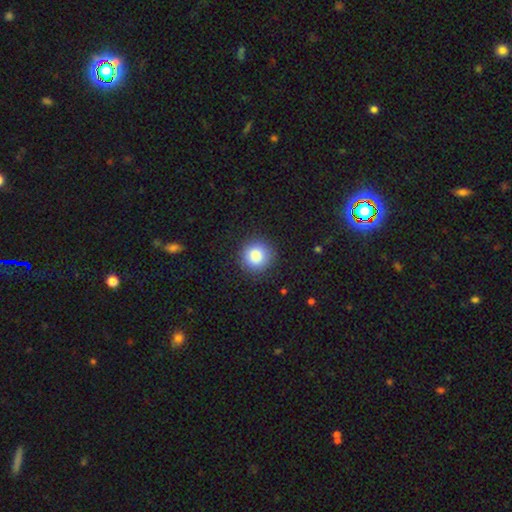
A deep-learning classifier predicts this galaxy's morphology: The model was most divided on "smooth or featured": smooth: 86%, star or artifact: 9%, featured or disk: 5%. More confident: how rounded — round (94%); merging — none (89%).